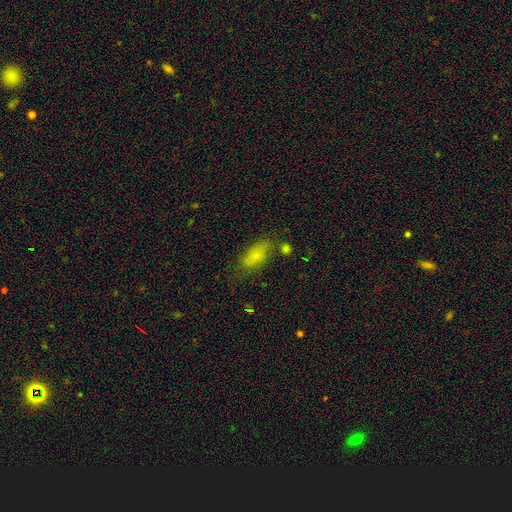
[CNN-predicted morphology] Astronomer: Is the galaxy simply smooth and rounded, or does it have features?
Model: smooth — 75%.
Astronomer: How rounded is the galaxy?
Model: in between — 85%.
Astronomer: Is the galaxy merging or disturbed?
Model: none — 61%.